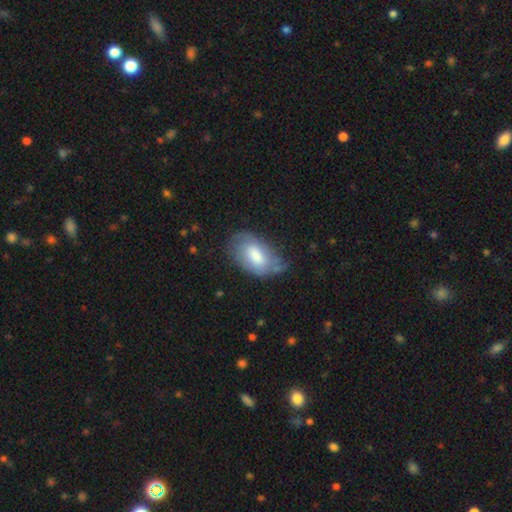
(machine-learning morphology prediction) Q: Smooth or featured?
A: smooth (62%); runner-up: featured or disk (31%)
Q: How rounded?
A: in between (93%); runner-up: round (5%)
Q: Merging?
A: none (54%); runner-up: minor disturbance (33%)